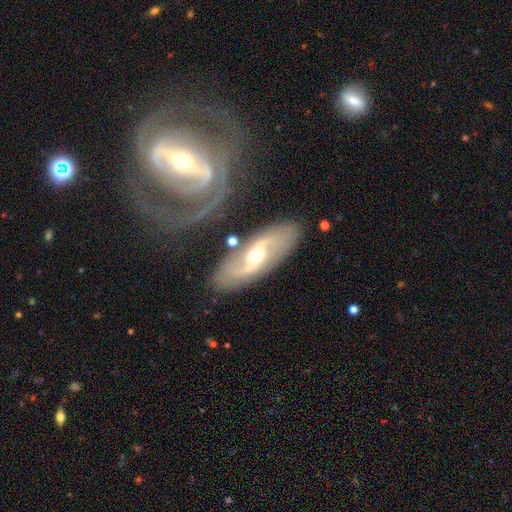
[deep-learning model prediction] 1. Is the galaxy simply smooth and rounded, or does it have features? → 77% featured or disk, 17% smooth, 6% star or artifact.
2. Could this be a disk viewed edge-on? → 89% no, 11% yes.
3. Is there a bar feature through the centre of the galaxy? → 42% weak, 32% no, 27% strong.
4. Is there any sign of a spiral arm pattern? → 86% yes, 14% no.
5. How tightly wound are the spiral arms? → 42% loose, 38% medium, 19% tight.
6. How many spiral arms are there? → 85% 2, 9% can't tell, 2% 1, 2% 3, 1% 4, 1% more than 4.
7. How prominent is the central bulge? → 69% moderate, 23% small, 6% large, 1% dominant, 1% none.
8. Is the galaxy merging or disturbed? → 76% none, 13% minor disturbance, 6% merger, 5% major disturbance.